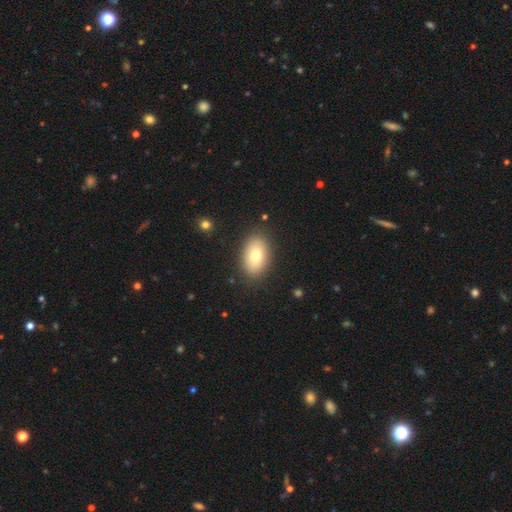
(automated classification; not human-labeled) Smooth or featured? Predicted: smooth (p=0.75). How rounded? Predicted: in between (p=0.89). Merging? Predicted: none (p=0.87).